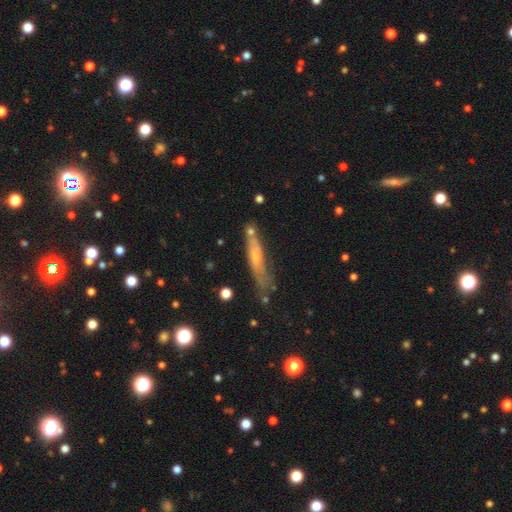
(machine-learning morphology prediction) Smooth or featured? Predicted: featured or disk (p=0.48). Merging? Predicted: none (p=0.56).